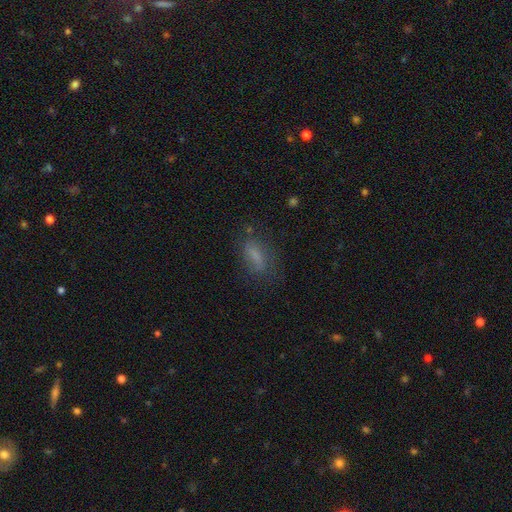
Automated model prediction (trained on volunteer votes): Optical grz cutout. It shows a smooth galaxy with no disk features (69%) that is in between round and cigar-shaped (67%). Merging: none (67%).